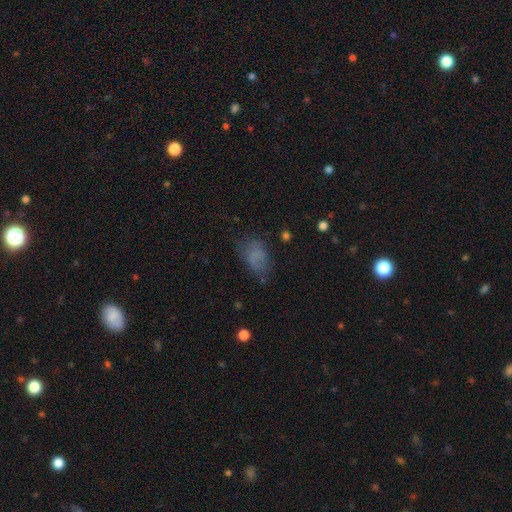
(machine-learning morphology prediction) The model was most divided on "merging": none: 55%, minor disturbance: 26%, major disturbance: 16%, merger: 3%. More confident: how rounded — in between (86%); smooth or featured — smooth (69%).